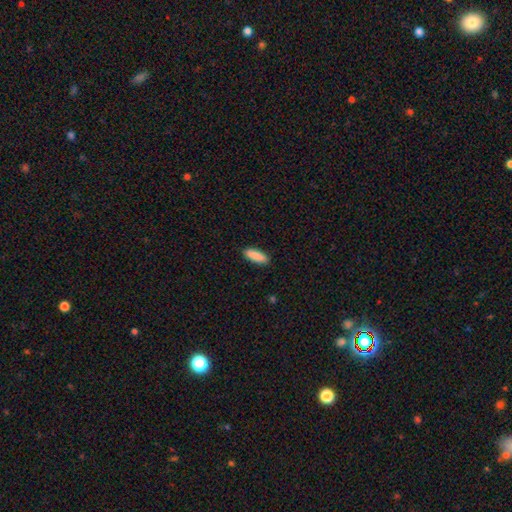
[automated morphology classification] type=smooth (90%); roundness=in between (54%); merging=none (90%).